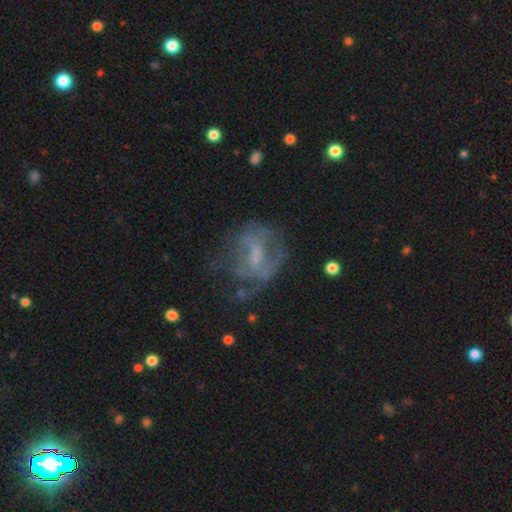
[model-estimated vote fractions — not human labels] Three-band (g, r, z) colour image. It shows a featured or disk galaxy (61%) with a weak bar (42%), no spiral arms (56%) and no central bulge (39%). Merging: none (50%).